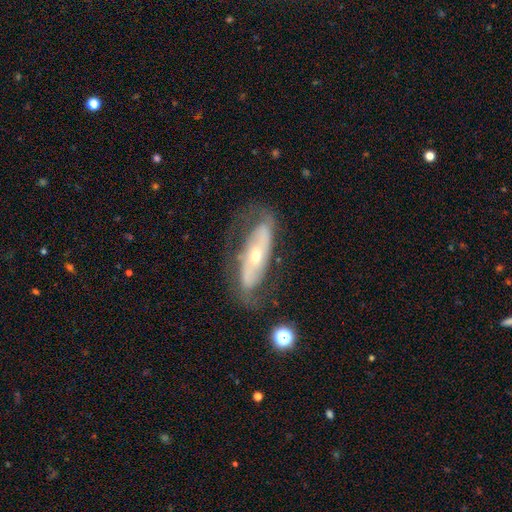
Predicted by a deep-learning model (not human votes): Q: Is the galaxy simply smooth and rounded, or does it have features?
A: featured or disk — 75%.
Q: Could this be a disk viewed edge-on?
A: no — 82%.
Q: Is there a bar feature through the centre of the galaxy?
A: no — 57%.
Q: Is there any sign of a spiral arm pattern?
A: yes — 75%.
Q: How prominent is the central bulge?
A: small — 57%.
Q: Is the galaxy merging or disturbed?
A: none — 63%.